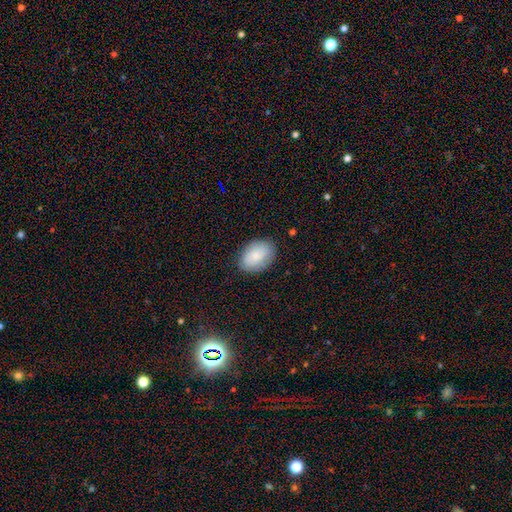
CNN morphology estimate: smooth 81%, featured or disk 12%, star or artifact 6%. Down the decision tree: how rounded — in between (85%); merging — none (84%).